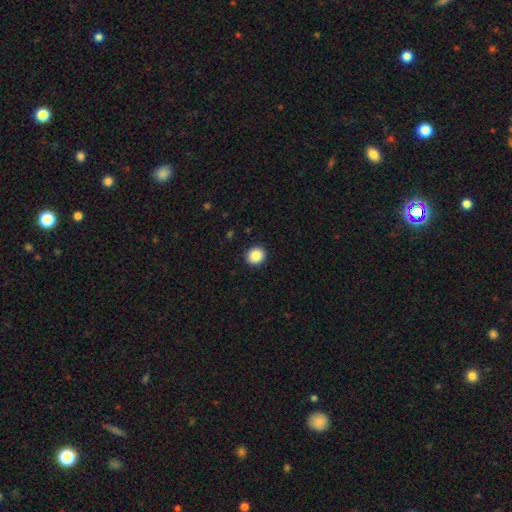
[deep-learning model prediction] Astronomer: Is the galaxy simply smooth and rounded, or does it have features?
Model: smooth — 87%.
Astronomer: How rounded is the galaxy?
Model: round — 87%.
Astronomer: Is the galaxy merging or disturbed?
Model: none — 92%.